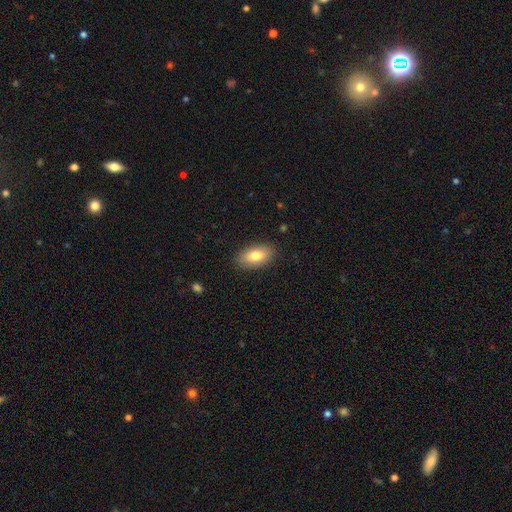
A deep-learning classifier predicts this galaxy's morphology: The model was most divided on "smooth or featured": smooth: 80%, featured or disk: 13%, star or artifact: 7%. More confident: how rounded — in between (92%); merging — none (87%).